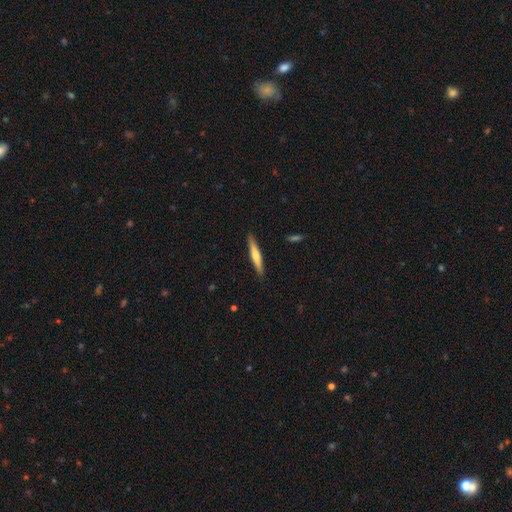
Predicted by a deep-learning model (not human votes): Smooth or featured? Predicted: smooth (p=0.52). How rounded? Predicted: cigar-shaped (p=0.92). Merging? Predicted: none (p=0.90).